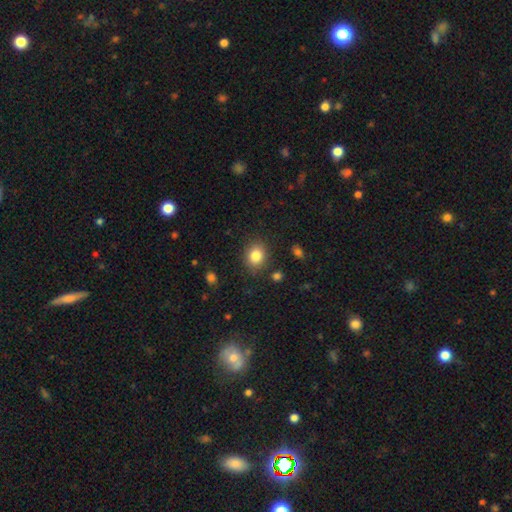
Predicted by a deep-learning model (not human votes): Smooth or featured? smooth (83%)
How rounded? round (58%)
Merging? none (85%)